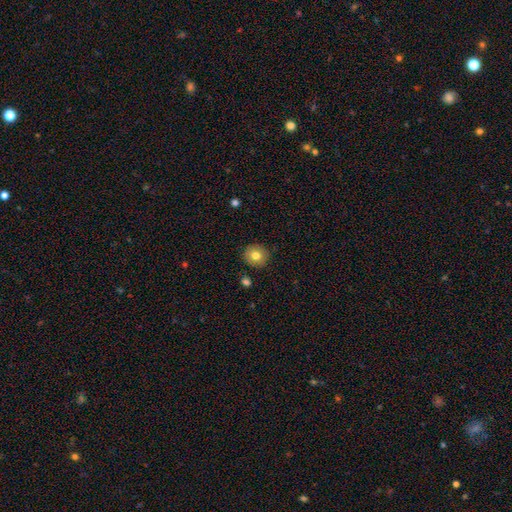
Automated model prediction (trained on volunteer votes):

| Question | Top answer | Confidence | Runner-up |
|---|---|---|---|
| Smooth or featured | smooth | 78% | featured or disk (13%) |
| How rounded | round | 89% | in between (10%) |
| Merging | none | 89% | minor disturbance (7%) |